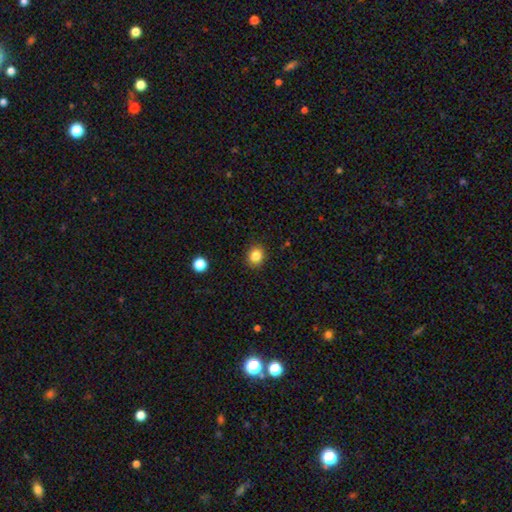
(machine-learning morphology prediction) This is clearly a smooth galaxy (84%). How rounded: likely round (76%). Merging: clearly none (89%).